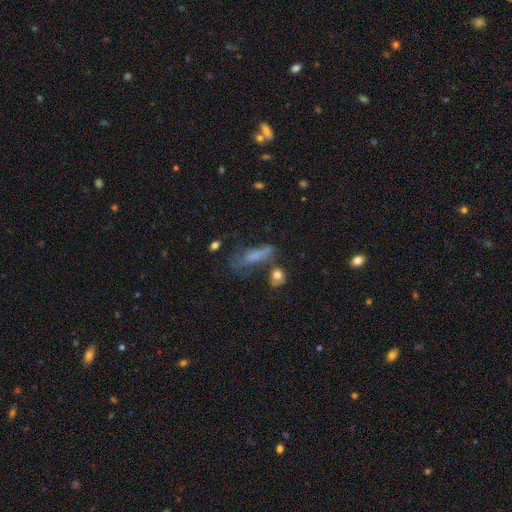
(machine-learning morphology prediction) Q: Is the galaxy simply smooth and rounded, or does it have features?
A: smooth — 56%.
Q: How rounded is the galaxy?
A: in between — 51%.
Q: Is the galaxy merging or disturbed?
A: none — 35%.